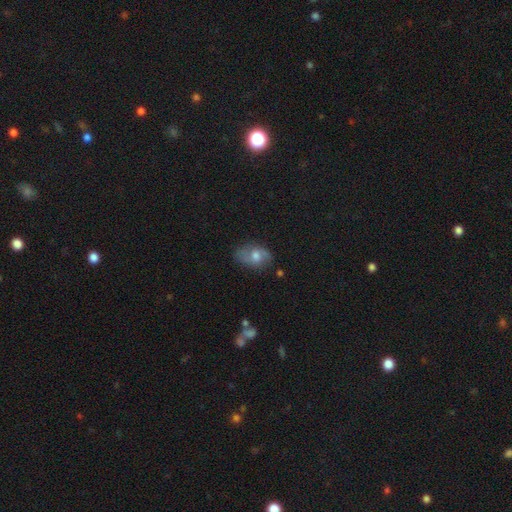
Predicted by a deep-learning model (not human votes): A featured or disk galaxy (49%).

Vote fractions:
- Smooth or featured? featured or disk: 49% / smooth: 41% / star or artifact: 10%
- Merging? none: 68% / minor disturbance: 22% / major disturbance: 7% / merger: 2%